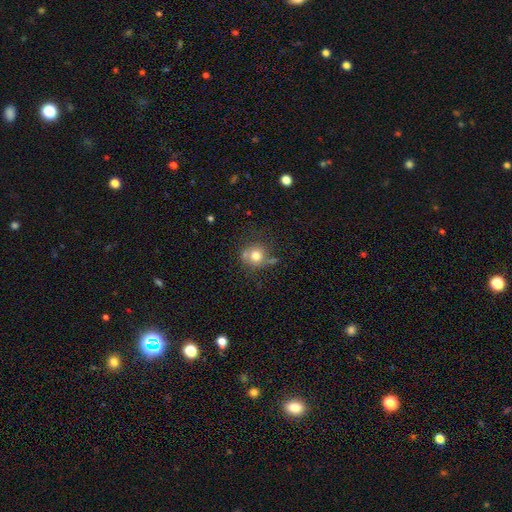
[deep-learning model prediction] Q: Smooth or featured?
A: smooth (73%); runner-up: featured or disk (15%)
Q: How rounded?
A: round (85%); runner-up: in between (14%)
Q: Merging?
A: none (58%); runner-up: minor disturbance (20%)